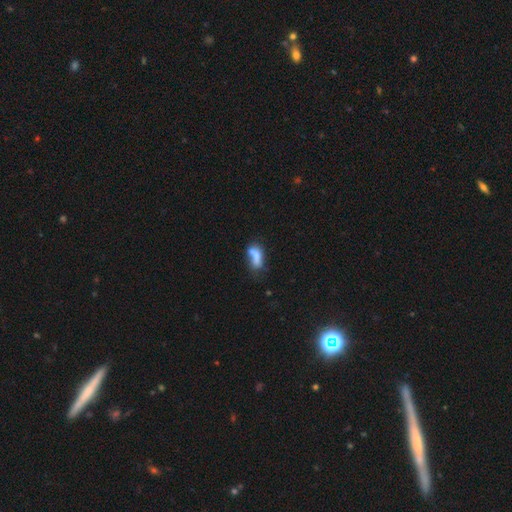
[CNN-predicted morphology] Q: Smooth or featured?
A: smooth (65%); runner-up: featured or disk (24%)
Q: How rounded?
A: in between (79%); runner-up: cigar-shaped (14%)
Q: Merging?
A: merger (39%); runner-up: none (27%)